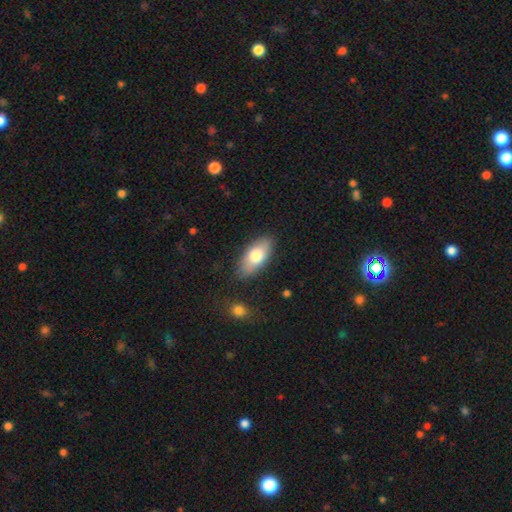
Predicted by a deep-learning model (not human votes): smooth-or-featured: smooth: 72% | featured or disk: 21% | star or artifact: 6%
  how-rounded: in between: 86% | cigar-shaped: 10% | round: 3%
  merging: none: 84% | minor disturbance: 12% | major disturbance: 3% | merger: 2%